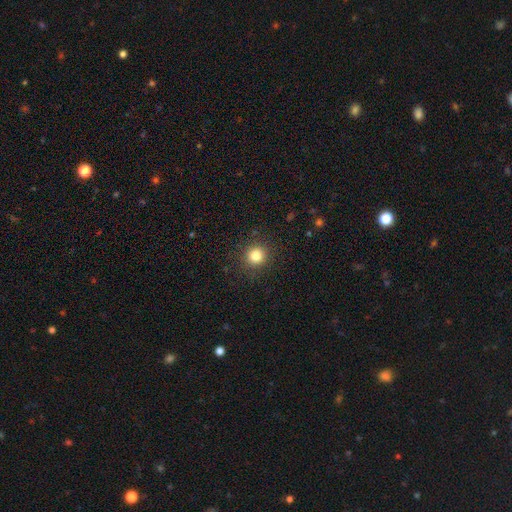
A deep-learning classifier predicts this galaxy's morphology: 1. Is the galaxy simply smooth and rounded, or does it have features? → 81% smooth, 13% star or artifact, 6% featured or disk.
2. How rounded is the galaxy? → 93% round, 7% in between, 1% cigar-shaped.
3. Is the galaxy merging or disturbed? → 90% none, 6% minor disturbance, 2% major disturbance, 1% merger.